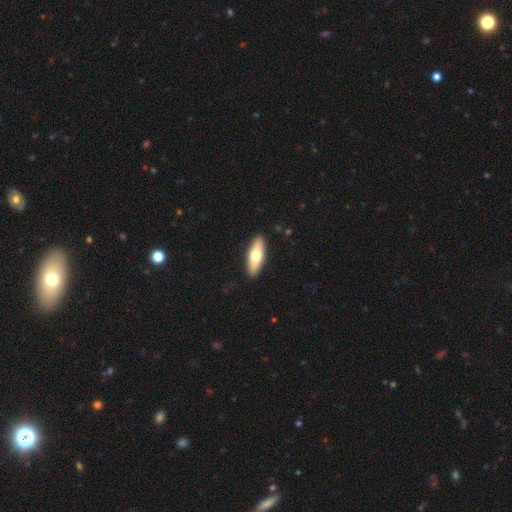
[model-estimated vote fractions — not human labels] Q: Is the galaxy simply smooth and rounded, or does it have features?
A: smooth — 66%.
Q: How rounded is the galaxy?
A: in between — 64%.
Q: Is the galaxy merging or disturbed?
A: none — 91%.